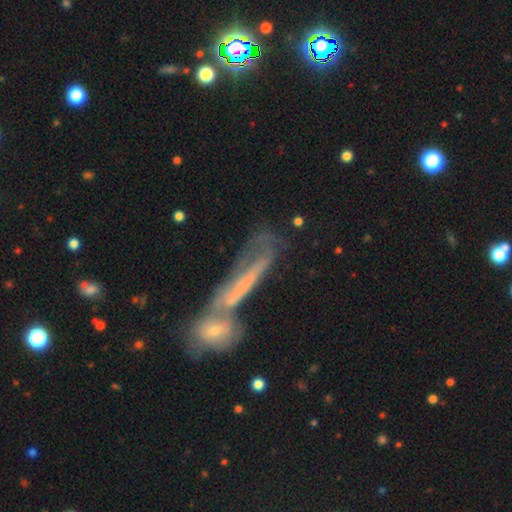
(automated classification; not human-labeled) This appears to be a featured or disk galaxy (49%). Merging: merger (44%).